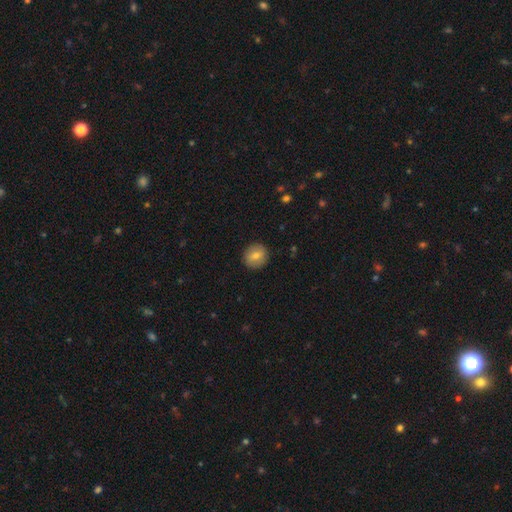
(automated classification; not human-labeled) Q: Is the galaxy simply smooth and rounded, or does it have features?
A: smooth — 73%.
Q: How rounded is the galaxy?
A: round — 85%.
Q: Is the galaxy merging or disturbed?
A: none — 89%.